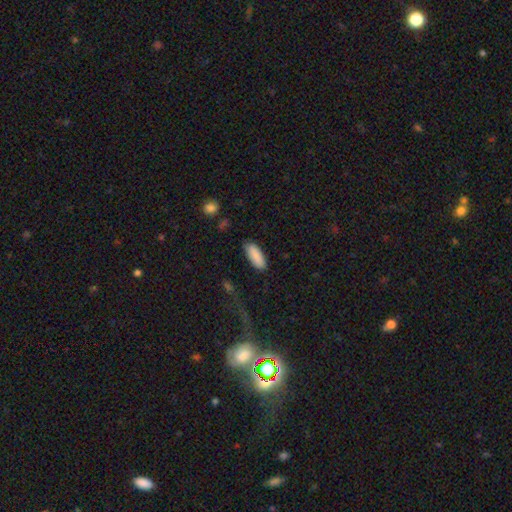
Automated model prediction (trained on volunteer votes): A smooth galaxy with no disk features (88%) that is in between round and cigar-shaped (69%). Merging: none (84%).